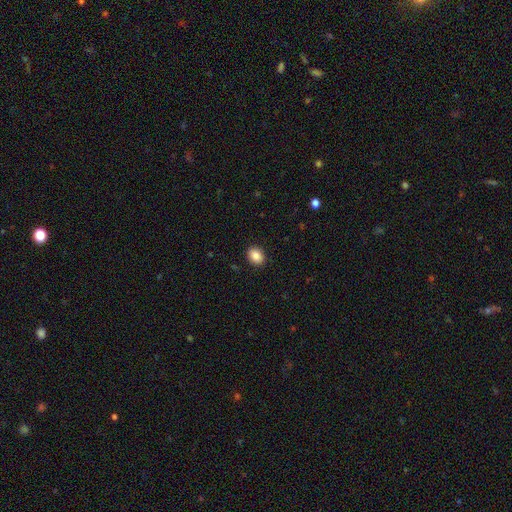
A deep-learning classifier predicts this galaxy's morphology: smooth-or-featured: smooth: 86% | star or artifact: 8% | featured or disk: 5%
  how-rounded: in between: 58% | round: 41% | cigar-shaped: 1%
  merging: none: 91% | minor disturbance: 7% | major disturbance: 2% | merger: 1%